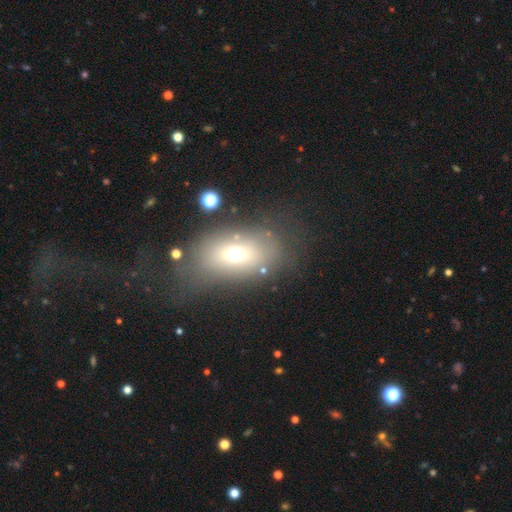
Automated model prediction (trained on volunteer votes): Morphology: type=smooth (61%); roundness=in between (79%); merging=none (60%).